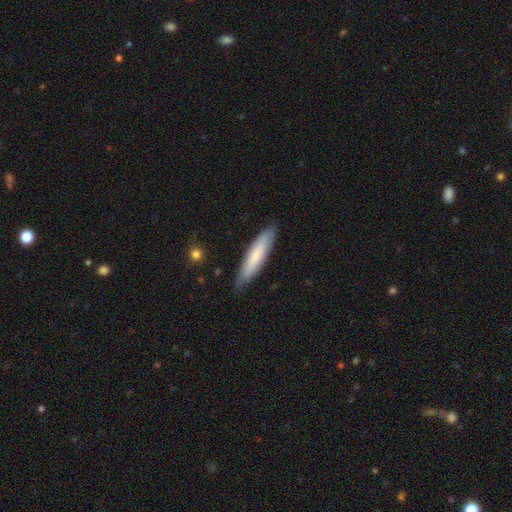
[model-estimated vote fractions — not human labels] Smooth or featured: smooth — 73% (featured or disk — 22%)
How rounded: cigar-shaped — 82% (in between — 17%)
Merging: none — 85% (minor disturbance — 12%)